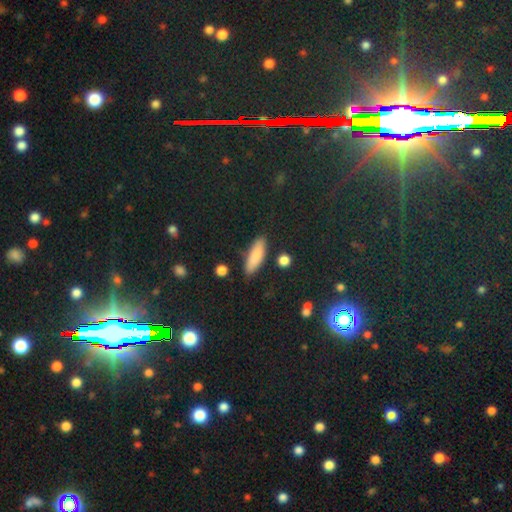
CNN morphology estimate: smooth 82%, featured or disk 10%, star or artifact 9%. Down the decision tree: how rounded — in between (53%); merging — none (80%).